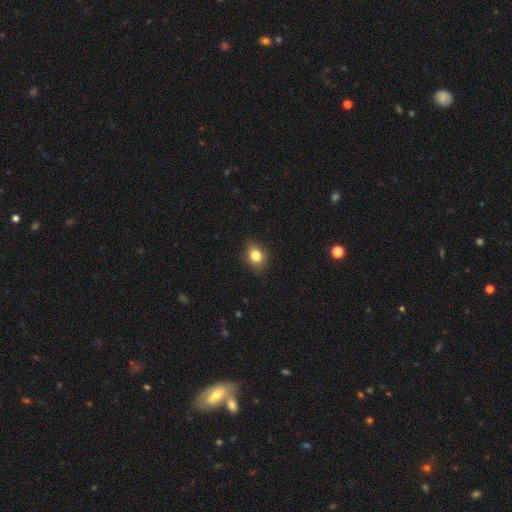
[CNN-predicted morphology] smooth_or_featured: smooth (p=0.82) [alt: star or artifact p=0.10]
how_rounded: in between (p=0.58) [alt: round p=0.41]
merging: none (p=0.82) [alt: minor disturbance p=0.15]